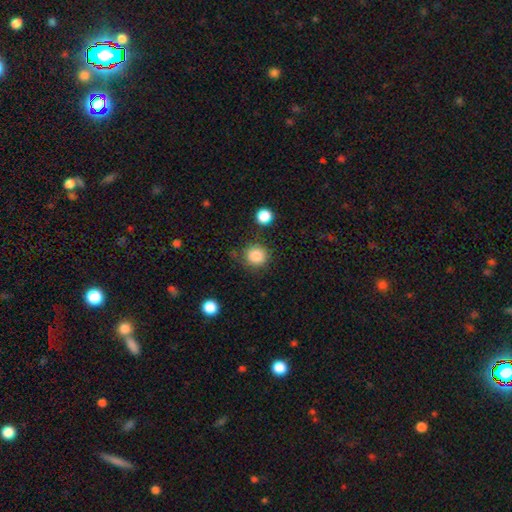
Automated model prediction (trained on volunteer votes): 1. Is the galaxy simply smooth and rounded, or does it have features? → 86% smooth, 10% star or artifact, 4% featured or disk.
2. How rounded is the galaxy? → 90% round, 9% in between, 1% cigar-shaped.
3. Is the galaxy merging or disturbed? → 81% none, 12% minor disturbance, 4% major disturbance, 4% merger.